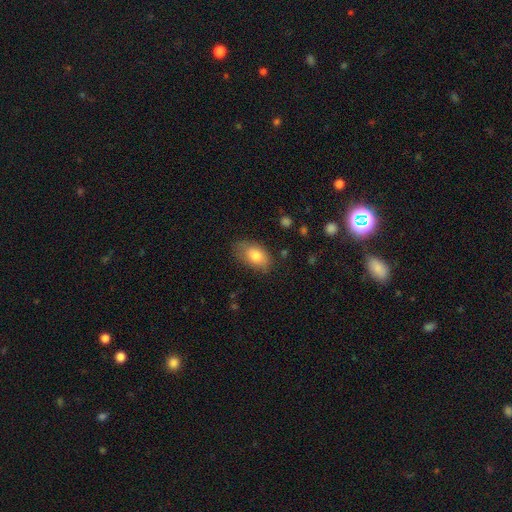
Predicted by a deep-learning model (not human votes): Q: Smooth or featured?
A: smooth (81%); runner-up: featured or disk (12%)
Q: How rounded?
A: in between (91%); runner-up: round (8%)
Q: Merging?
A: none (69%); runner-up: minor disturbance (23%)